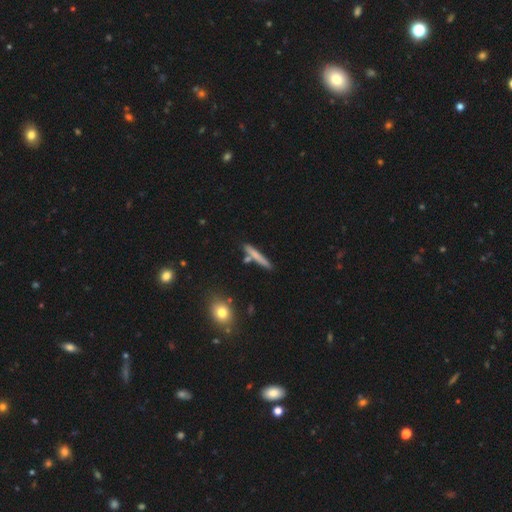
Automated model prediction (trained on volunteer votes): A smooth galaxy with no disk features (67%) that is cigar-shaped (93%). Merging: none (76%).